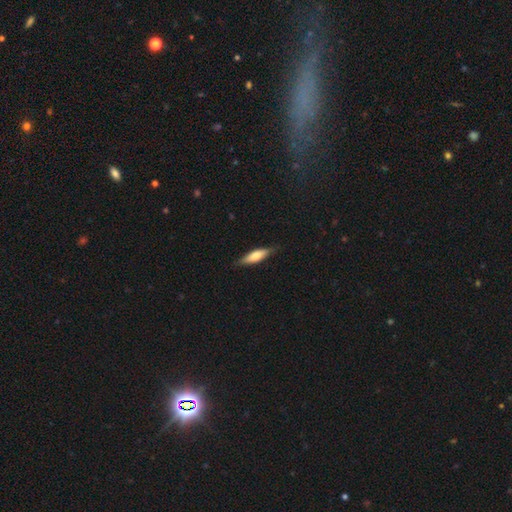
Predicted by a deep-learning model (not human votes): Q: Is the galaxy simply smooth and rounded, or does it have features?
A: smooth — 65%.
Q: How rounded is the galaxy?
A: cigar-shaped — 56%.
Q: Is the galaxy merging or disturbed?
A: none — 80%.